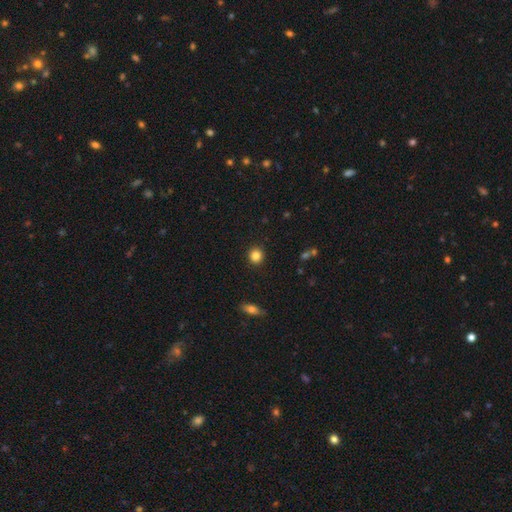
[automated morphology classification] Smooth or featured? smooth (85%)
How rounded? round (89%)
Merging? none (92%)